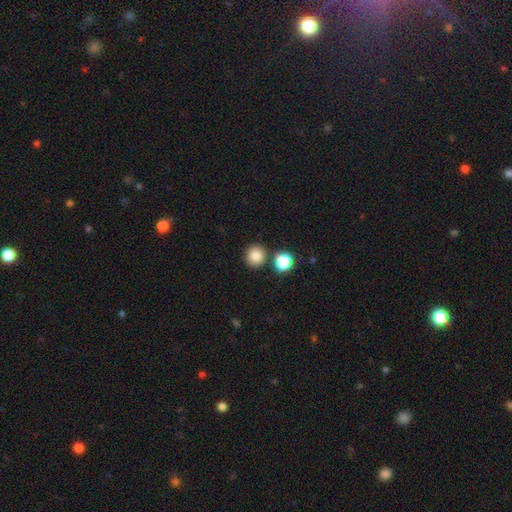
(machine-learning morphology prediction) type=smooth (82%); roundness=round (92%); merging=none (81%).